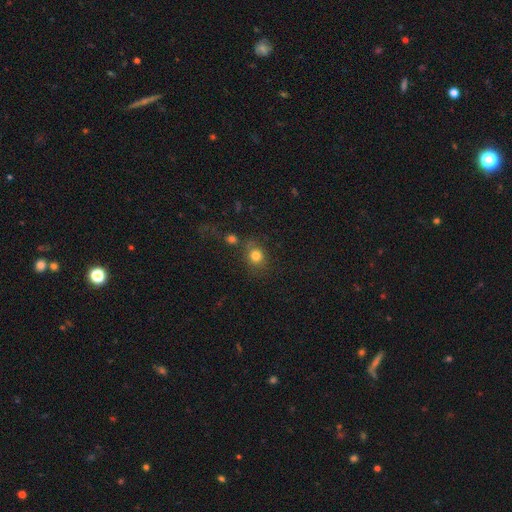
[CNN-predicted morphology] Smooth or featured: smooth — 79% (star or artifact — 13%)
How rounded: round — 75% (in between — 24%)
Merging: none — 65% (minor disturbance — 14%)